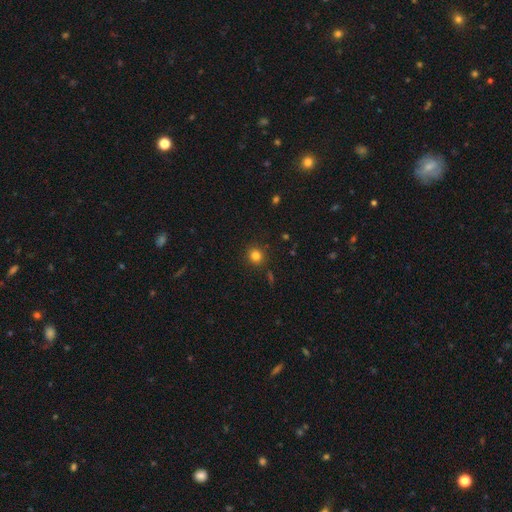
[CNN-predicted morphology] Q: Smooth or featured?
A: smooth (81%); runner-up: star or artifact (14%)
Q: How rounded?
A: round (89%); runner-up: in between (10%)
Q: Merging?
A: none (89%); runner-up: minor disturbance (7%)